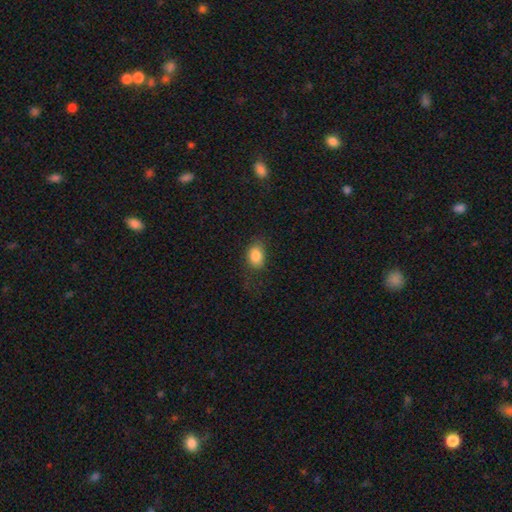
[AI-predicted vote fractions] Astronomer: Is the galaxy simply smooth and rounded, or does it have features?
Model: smooth — 84%.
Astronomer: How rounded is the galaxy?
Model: in between — 76%.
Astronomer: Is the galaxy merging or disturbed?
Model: none — 71%.